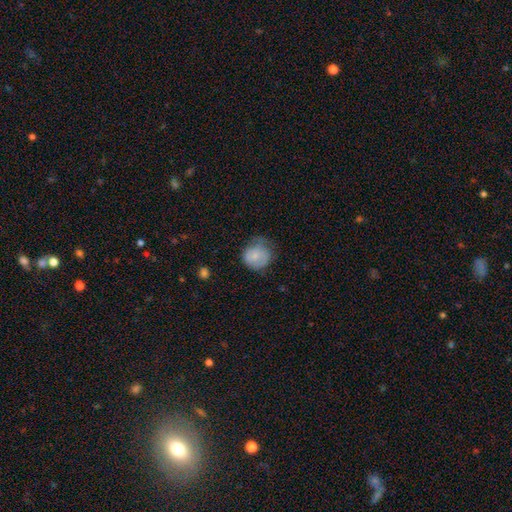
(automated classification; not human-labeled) The model was most divided on "merging": none: 44%, minor disturbance: 37%, major disturbance: 18%, merger: 2%. More confident: how rounded — round (80%); smooth or featured — smooth (73%).